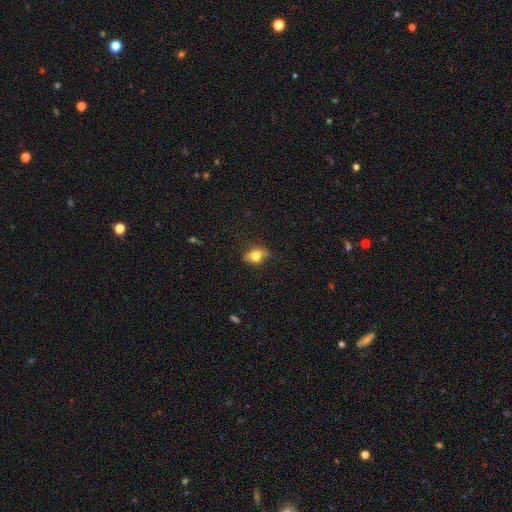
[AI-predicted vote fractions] smooth 71%, featured or disk 19%, star or artifact 10%. Down the decision tree: how rounded — in between (68%); merging — none (73%).